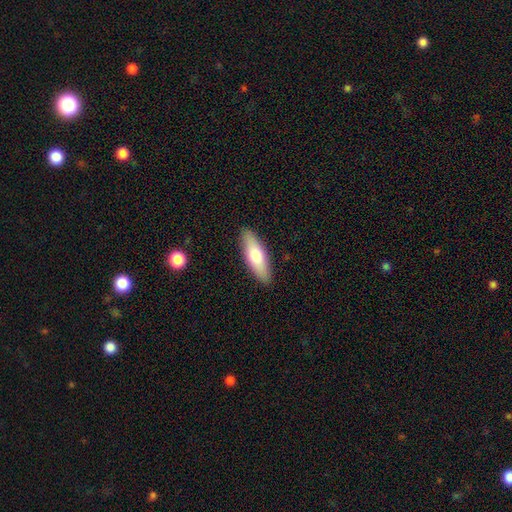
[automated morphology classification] Overall: smooth (71%). How rounded: in between (53%; cigar-shaped 45%). Merging: none (89%).